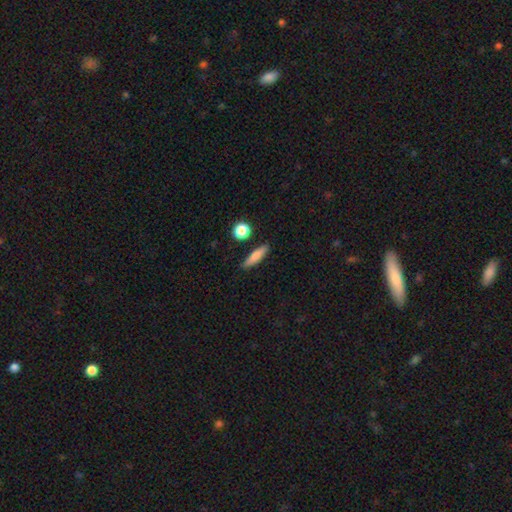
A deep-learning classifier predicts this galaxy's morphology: Smooth or featured: smooth — 78% (featured or disk — 13%)
How rounded: cigar-shaped — 71% (in between — 24%)
Merging: none — 84% (minor disturbance — 11%)